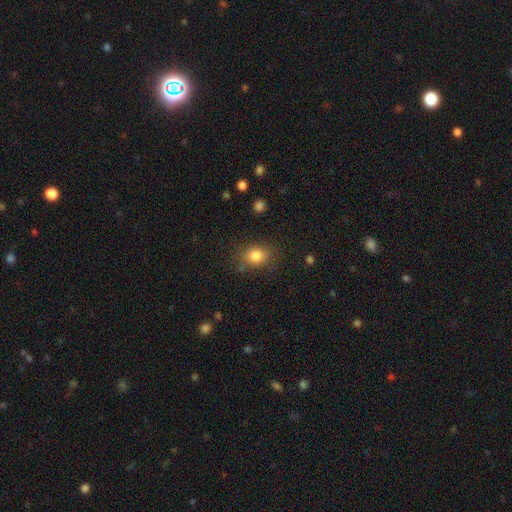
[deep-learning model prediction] Smooth or featured: smooth — 83% (star or artifact — 10%)
How rounded: in between — 50% (round — 49%)
Merging: none — 78% (minor disturbance — 15%)